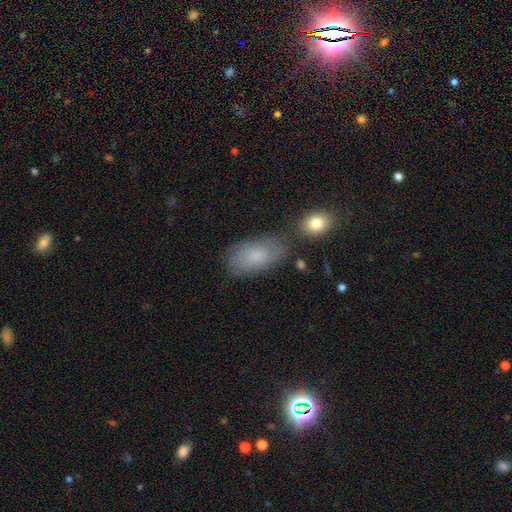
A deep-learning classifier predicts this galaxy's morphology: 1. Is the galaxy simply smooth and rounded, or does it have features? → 71% smooth, 20% featured or disk, 8% star or artifact.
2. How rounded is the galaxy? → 94% in between, 4% round, 3% cigar-shaped.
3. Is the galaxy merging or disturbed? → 64% none, 22% minor disturbance, 8% merger, 6% major disturbance.